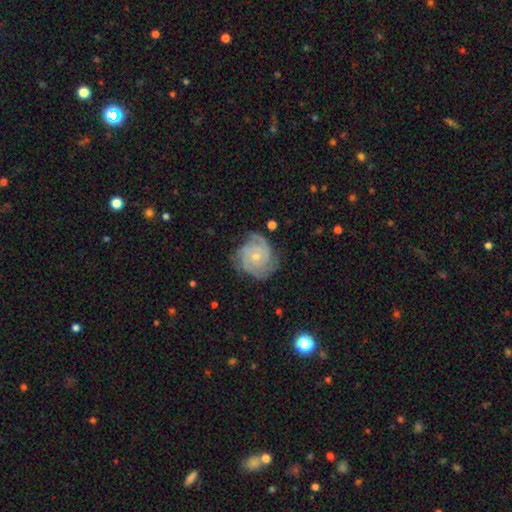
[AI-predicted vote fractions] Morphology: type=featured or disk (88%); edge-on=no (98%); bar=no (76%); spiral arms=yes (98%); winding=tight (70%); arm count=3 (39%); bulge=small (63%); merging=none (74%).